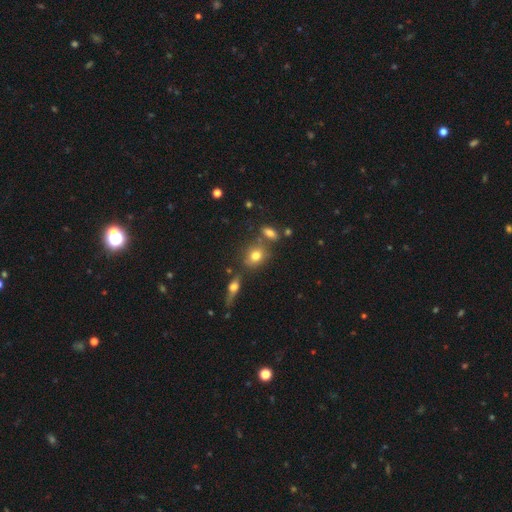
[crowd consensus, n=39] This is likely a smooth galaxy (79%). How rounded: possibly round (58%). Merging: likely none (61%).